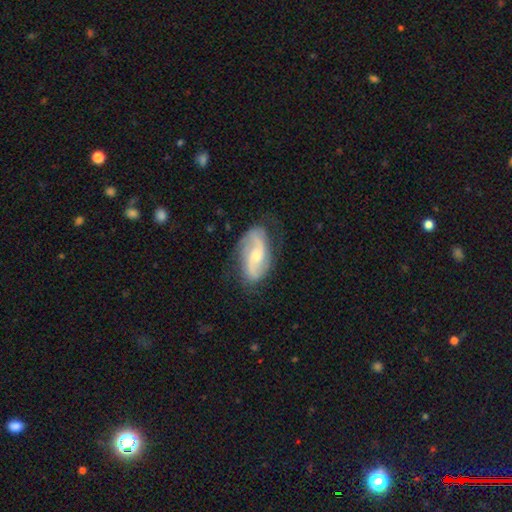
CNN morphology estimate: Smooth or featured: featured or disk — 79% (smooth — 15%)
Edge-on disk: no — 95% (yes — 5%)
Bar: no — 45% (weak — 42%)
Spiral arms: yes — 94% (no — 6%)
Spiral winding: loose — 44% (medium — 41%)
Spiral arm count: 2 — 88% (can't tell — 6%)
Bulge size: moderate — 53% (small — 41%)
Merging: none — 73% (minor disturbance — 20%)